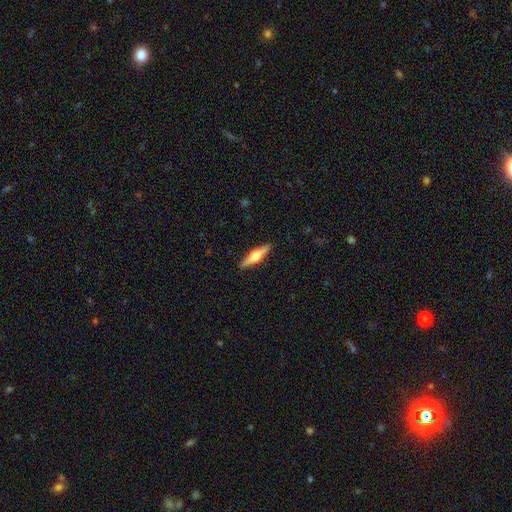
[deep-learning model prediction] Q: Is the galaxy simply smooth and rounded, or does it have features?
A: featured or disk — 64%.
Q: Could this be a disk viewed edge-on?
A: yes — 97%.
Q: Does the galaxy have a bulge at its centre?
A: rounded — 94%.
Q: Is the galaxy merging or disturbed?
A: none — 91%.